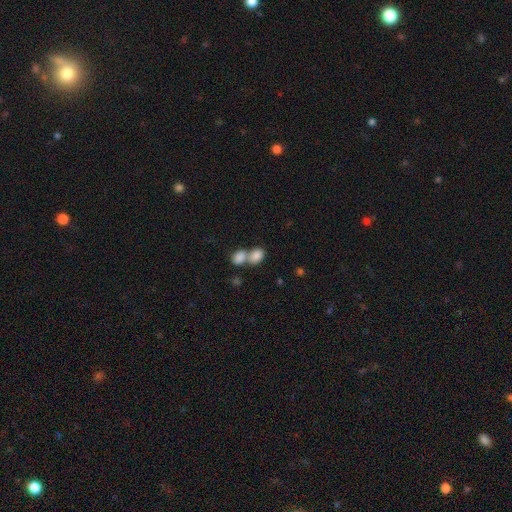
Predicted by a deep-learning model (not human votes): Morphology: type=smooth (84%); roundness=in between (65%); merging=merger (66%).